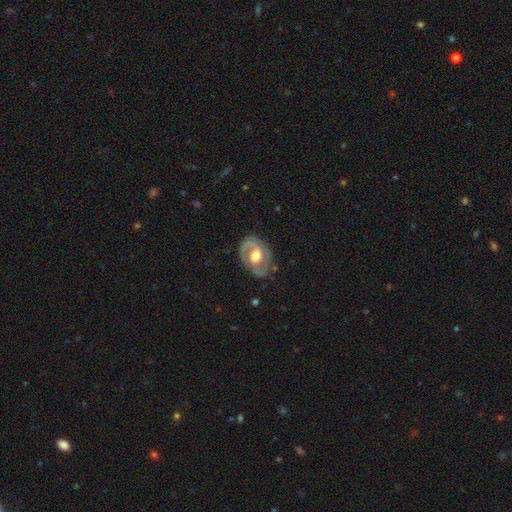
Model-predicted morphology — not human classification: A featured or disk galaxy (80%) with no bar (46%), 2 (77%) medium (46%) spiral arms (83%) and a moderate central bulge (65%).

Vote fractions:
- Smooth or featured? featured or disk: 80% / smooth: 16% / star or artifact: 5%
- Edge-on disk? no: 96% / yes: 4%
- Bar? no: 46% / weak: 41% / strong: 13%
- Spiral arms? yes: 83% / no: 17%
- Spiral winding? medium: 46% / tight: 34% / loose: 19%
- Spiral arm count? 2: 77% / 1: 10% / can't tell: 9% / 3: 2% / 4: 1% / more than 4: 1%
- Bulge size? moderate: 65% / large: 24% / small: 8% / dominant: 1% / none: 1%
- Merging? none: 73% / minor disturbance: 18% / major disturbance: 8% / merger: 1%